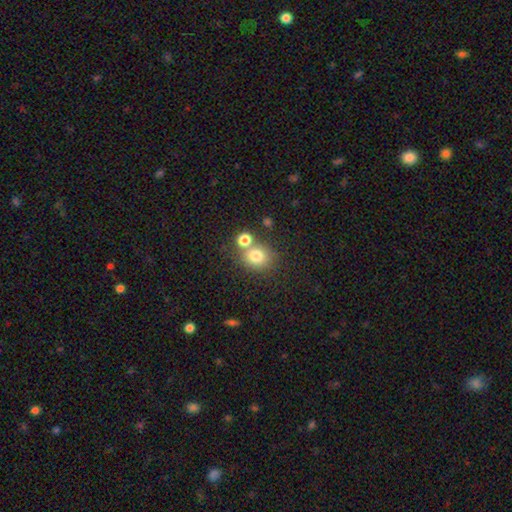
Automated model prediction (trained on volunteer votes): Morphology: type=smooth (78%); roundness=round (75%); merging=none (56%).